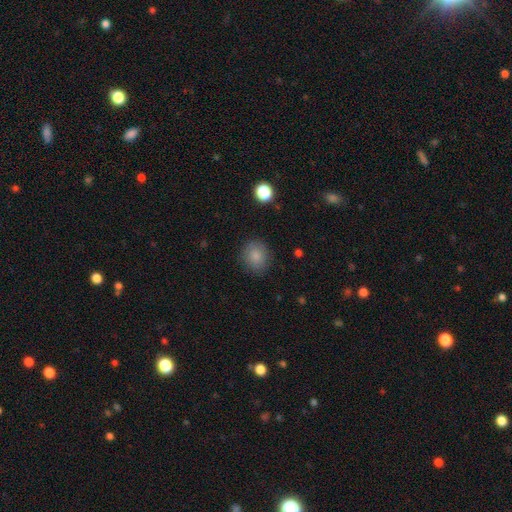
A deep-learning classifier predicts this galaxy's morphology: Smooth or featured: smooth — 84% (star or artifact — 9%)
How rounded: round — 74% (in between — 25%)
Merging: none — 84% (minor disturbance — 11%)